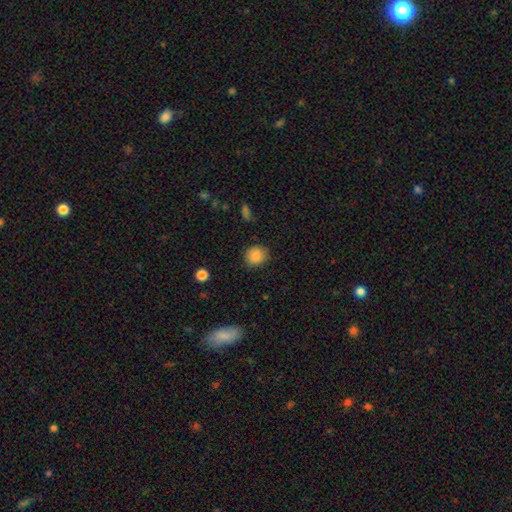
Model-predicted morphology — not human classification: This appears to be a smooth galaxy with no disk features (87%) that is round (81%). Merging: none (86%).